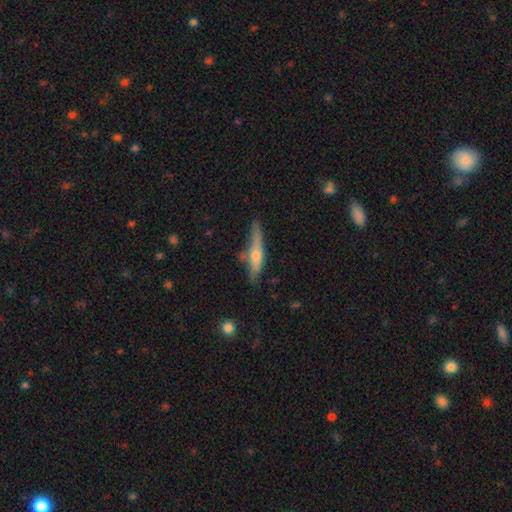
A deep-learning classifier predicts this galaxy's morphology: Q: Smooth or featured?
A: featured or disk (52%); runner-up: smooth (42%)
Q: Edge-on disk?
A: yes (91%); runner-up: no (9%)
Q: Merging?
A: none (67%); runner-up: minor disturbance (22%)